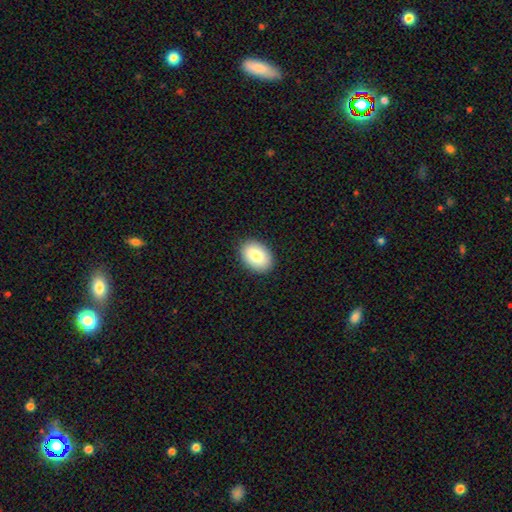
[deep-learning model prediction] smooth_or_featured: smooth (p=0.83) [alt: featured or disk p=0.11]
how_rounded: in between (p=0.82) [alt: round p=0.17]
merging: none (p=0.90) [alt: minor disturbance p=0.08]